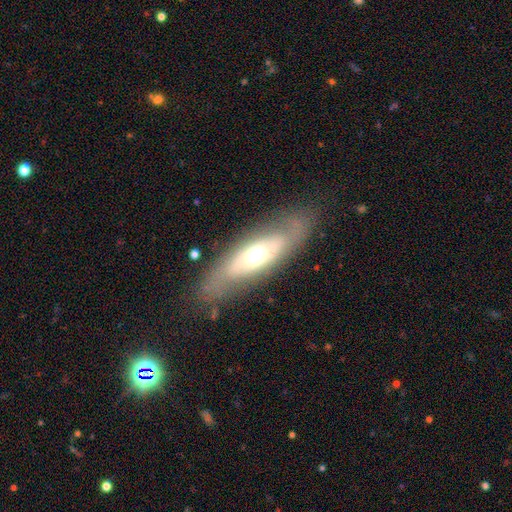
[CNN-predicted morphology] A featured or disk galaxy (57%). Merging: none (79%).